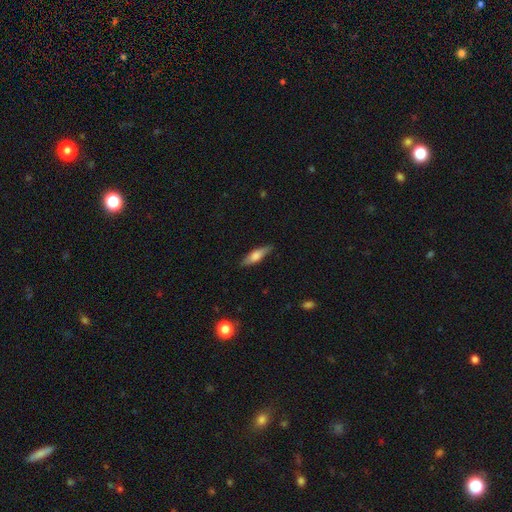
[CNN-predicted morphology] type=smooth (59%); roundness=cigar-shaped (61%); merging=none (85%).